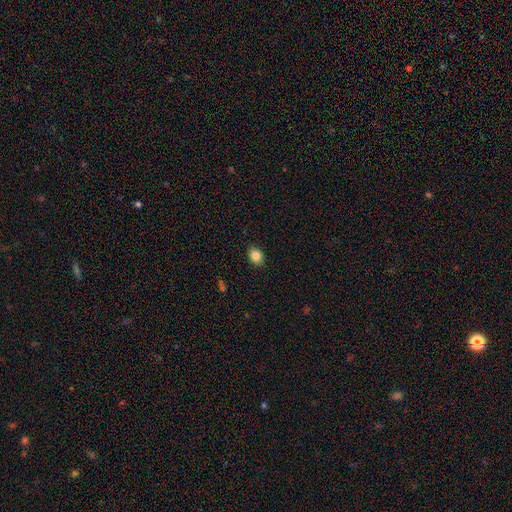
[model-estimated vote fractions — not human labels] Overall: smooth (84%). How rounded: in between (63%; round 35%). Merging: none (87%).